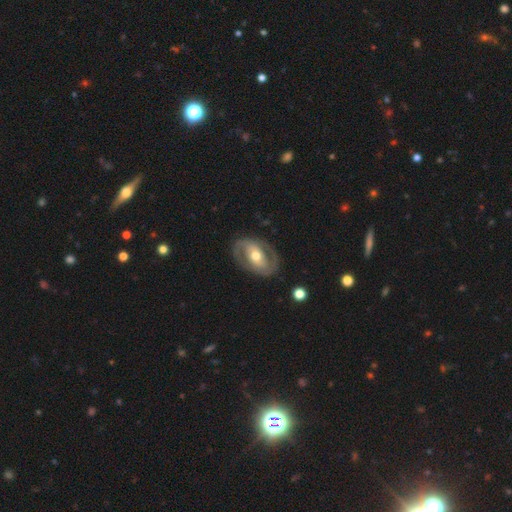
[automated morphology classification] A featured or disk galaxy (82%) with a weak bar (34%, tied with strong), 2 (88%) medium (45%) spiral arms (82%) and a moderate central bulge (71%). Merging: none (83%).